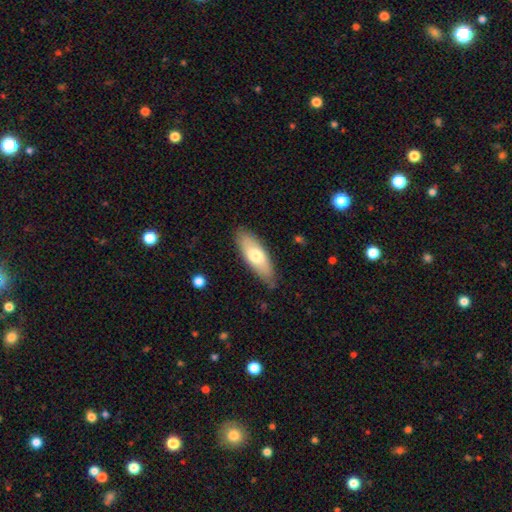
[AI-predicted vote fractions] Morphology: type=smooth (68%); roundness=in between (68%); merging=none (82%).